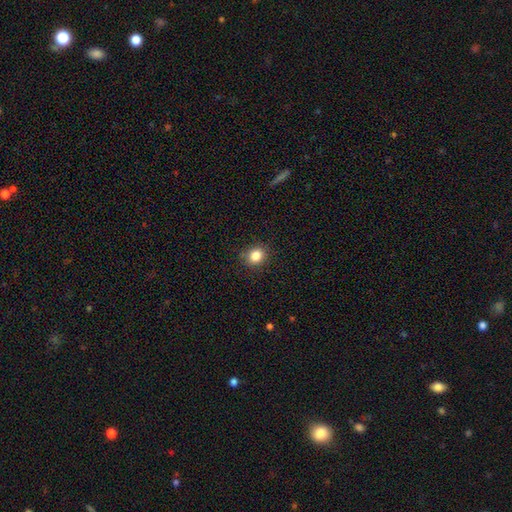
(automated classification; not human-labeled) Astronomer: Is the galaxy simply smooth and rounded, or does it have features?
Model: smooth — 84%.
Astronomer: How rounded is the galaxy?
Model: round — 68%.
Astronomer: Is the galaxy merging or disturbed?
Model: none — 87%.